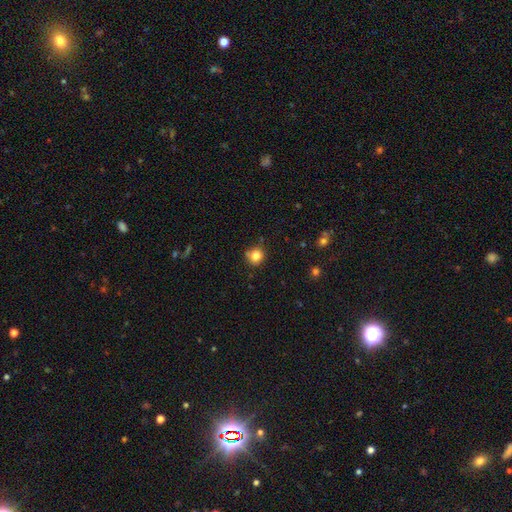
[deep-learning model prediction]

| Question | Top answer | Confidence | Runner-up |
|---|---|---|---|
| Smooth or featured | smooth | 82% | star or artifact (12%) |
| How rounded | round | 88% | in between (11%) |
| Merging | none | 77% | minor disturbance (14%) |